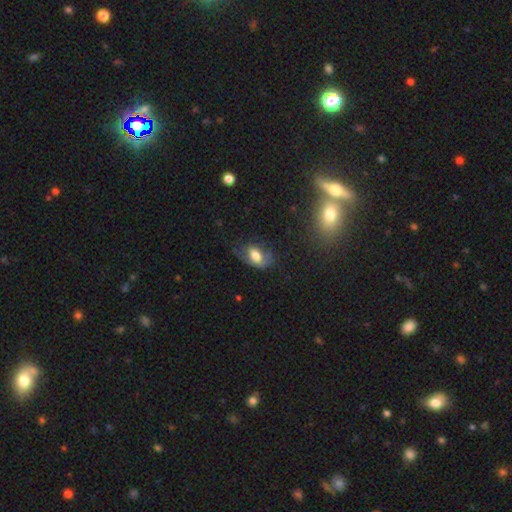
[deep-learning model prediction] The model was most divided on "merging": none: 39%, minor disturbance: 31%, major disturbance: 27%, merger: 3%. More confident: how rounded — in between (88%); smooth or featured — smooth (62%).